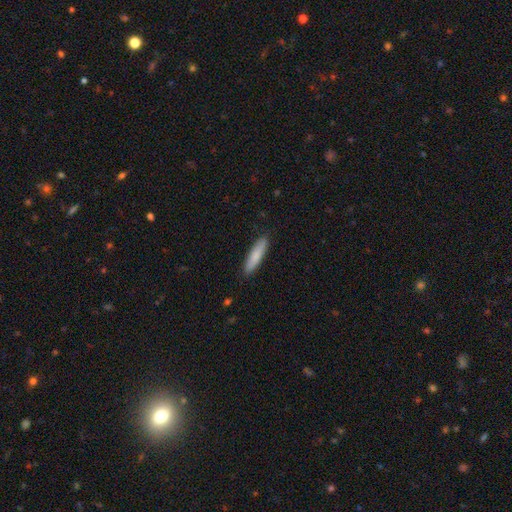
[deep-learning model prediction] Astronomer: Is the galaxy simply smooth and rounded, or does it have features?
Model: smooth — 82%.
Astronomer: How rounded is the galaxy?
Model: cigar-shaped — 79%.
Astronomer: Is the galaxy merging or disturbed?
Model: none — 89%.